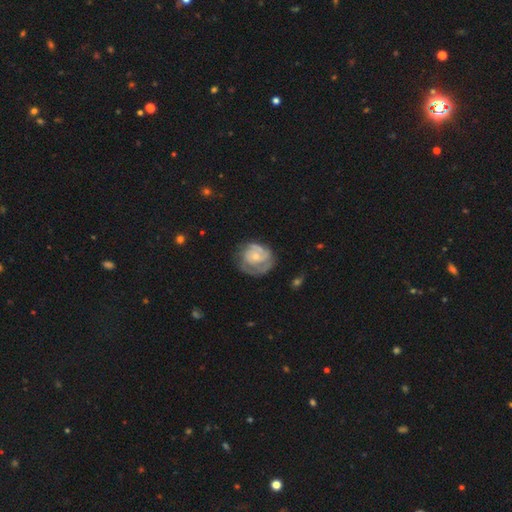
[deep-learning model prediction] This appears to be a featured or disk galaxy (70%) with no bar (79%), tight (59%) spiral arms (82%) and a small central bulge (59%). Merging: none (59%).